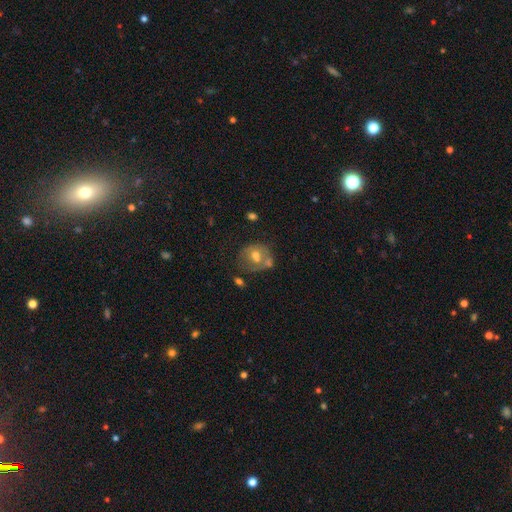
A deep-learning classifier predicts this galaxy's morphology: Overall: smooth (53%; featured or disk 38%). How rounded: round (65%; in between 34%). Merging: none (39%; merger 33%).